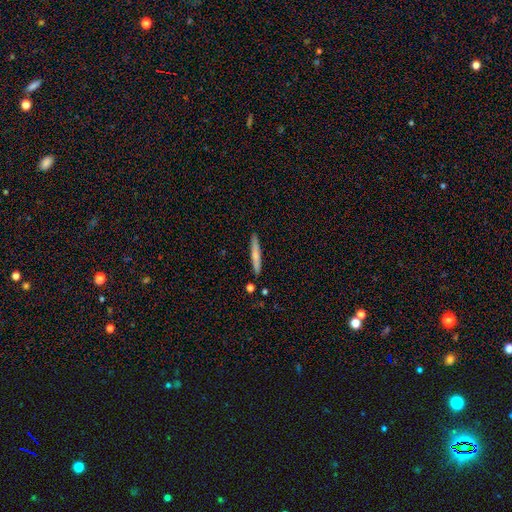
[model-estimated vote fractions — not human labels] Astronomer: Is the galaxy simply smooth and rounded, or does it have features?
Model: smooth — 65%.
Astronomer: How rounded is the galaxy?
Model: cigar-shaped — 95%.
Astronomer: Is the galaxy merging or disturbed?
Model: none — 88%.